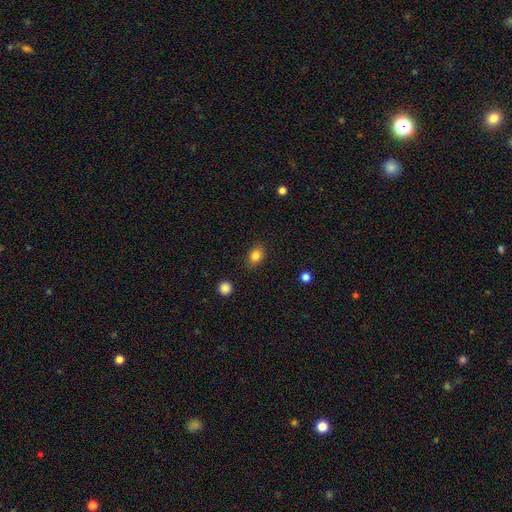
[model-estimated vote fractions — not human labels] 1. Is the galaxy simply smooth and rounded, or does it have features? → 84% smooth, 10% star or artifact, 6% featured or disk.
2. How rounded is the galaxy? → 67% in between, 32% round, 1% cigar-shaped.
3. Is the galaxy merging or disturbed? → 85% none, 11% minor disturbance, 3% major disturbance, 1% merger.